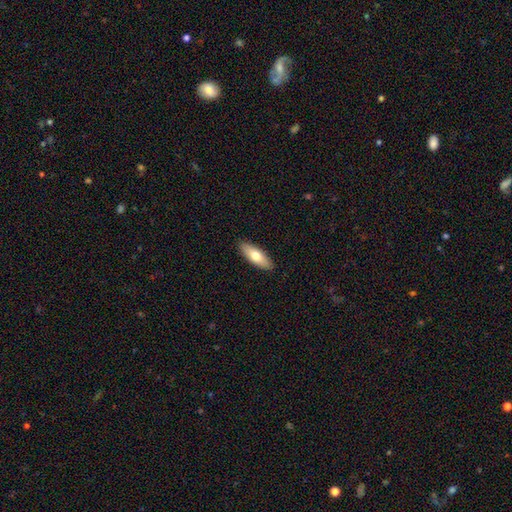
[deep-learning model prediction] Q: Smooth or featured?
A: smooth (70%); runner-up: featured or disk (24%)
Q: How rounded?
A: in between (67%); runner-up: cigar-shaped (31%)
Q: Merging?
A: none (90%); runner-up: minor disturbance (7%)